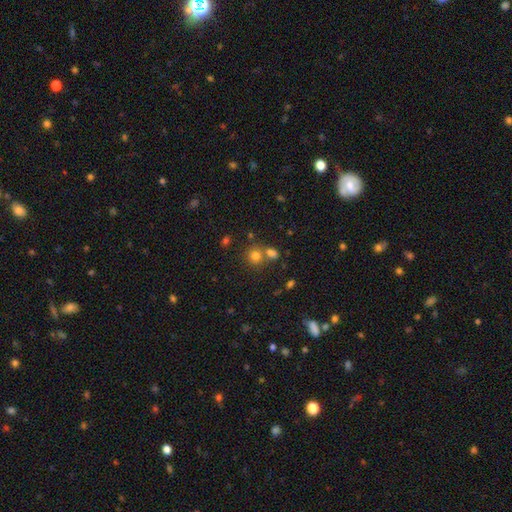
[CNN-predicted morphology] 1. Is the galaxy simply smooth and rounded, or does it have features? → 75% smooth, 17% star or artifact, 8% featured or disk.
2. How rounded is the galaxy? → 82% round, 17% in between, 1% cigar-shaped.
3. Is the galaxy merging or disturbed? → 57% none, 31% merger, 8% minor disturbance, 3% major disturbance.